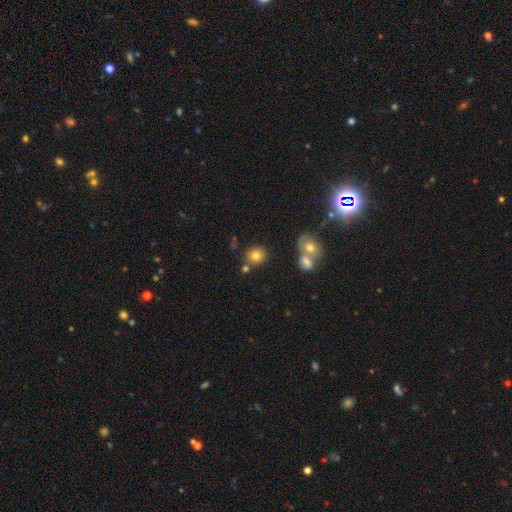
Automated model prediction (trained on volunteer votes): Morphology: type=smooth (78%); roundness=round (83%); merging=none (71%).